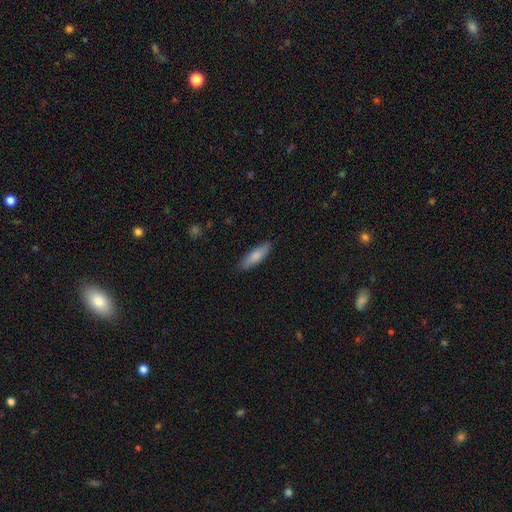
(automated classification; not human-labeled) Smooth or featured? smooth (79%)
How rounded? cigar-shaped (55%)
Merging? none (86%)